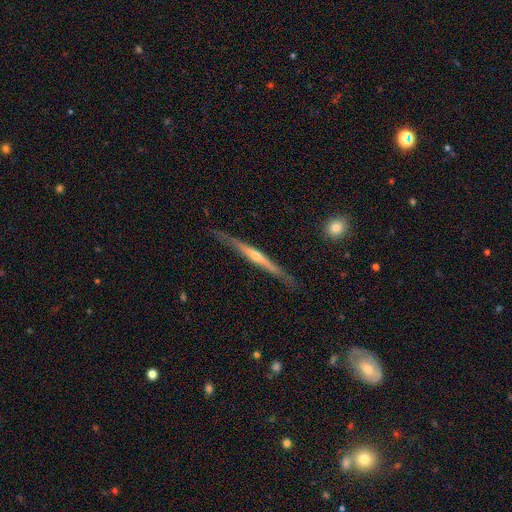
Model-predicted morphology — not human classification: featured or disk 79%, smooth 16%, star or artifact 5%. Down the decision tree: edge-on disk — yes (97%); edge-on bulge — rounded (70%); merging — none (84%).